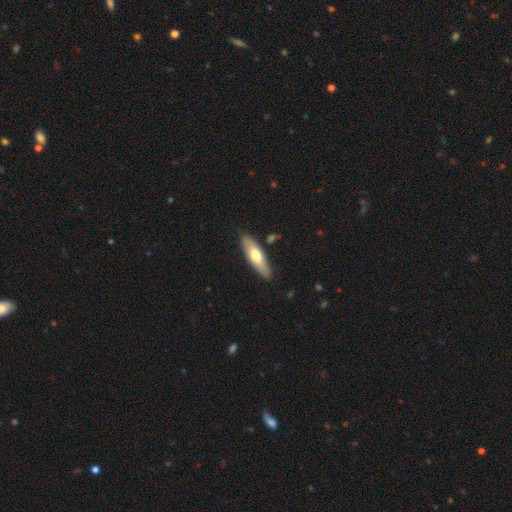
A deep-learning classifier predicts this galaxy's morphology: Smooth or featured? smooth (62%)
How rounded? cigar-shaped (52%)
Merging? none (85%)